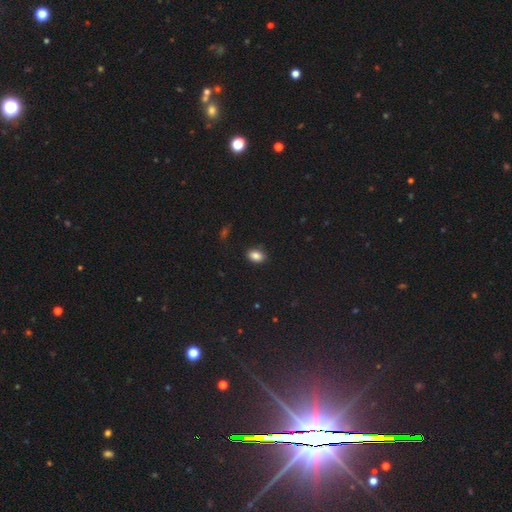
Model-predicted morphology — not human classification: Smooth or featured? Predicted: smooth (p=0.86). How rounded? Predicted: in between (p=0.81). Merging? Predicted: none (p=0.87).